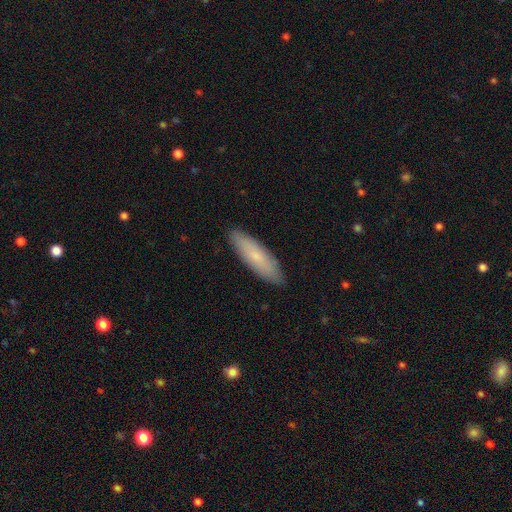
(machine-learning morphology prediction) Smooth or featured? Predicted: smooth (p=0.71). How rounded? Predicted: cigar-shaped (p=0.62). Merging? Predicted: none (p=0.89).